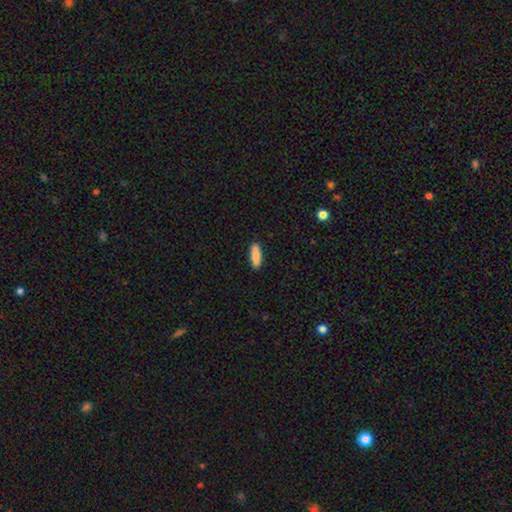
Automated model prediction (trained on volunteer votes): A smooth galaxy with no disk features (87%) that is cigar-shaped (52%).

Vote fractions:
- Smooth or featured? smooth: 87% / featured or disk: 7% / star or artifact: 6%
- How rounded? cigar-shaped: 52% / in between: 46% / round: 2%
- Merging? none: 90% / minor disturbance: 7% / major disturbance: 2% / merger: 1%